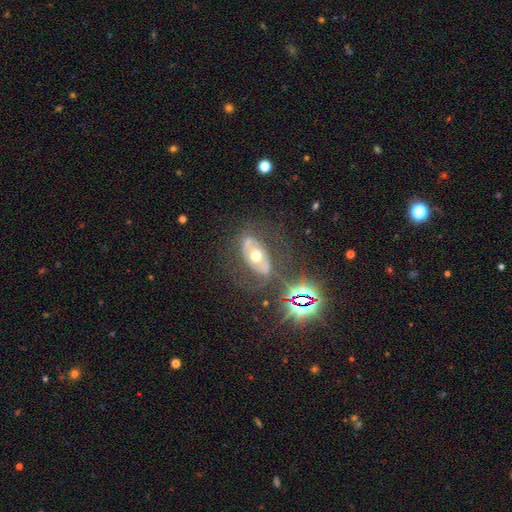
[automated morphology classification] smooth_or_featured: featured or disk (p=0.63) [alt: smooth p=0.21]
disk_edge_on: no (p=0.91) [alt: yes p=0.09]
bar: no (p=0.62) [alt: weak p=0.21]
has_spiral_arms: yes (p=0.56) [alt: no p=0.44]
bulge_size: moderate (p=0.75) [alt: large p=0.12]
merging: none (p=0.61) [alt: minor disturbance p=0.18]